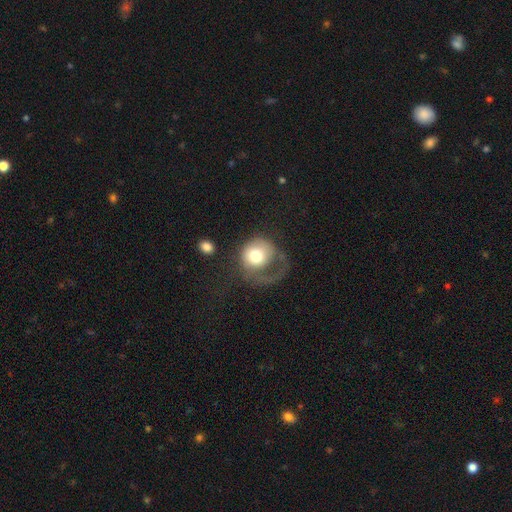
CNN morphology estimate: Smooth or featured? Predicted: smooth (p=0.61). How rounded? Predicted: round (p=0.81). Merging? Predicted: major disturbance (p=0.59).